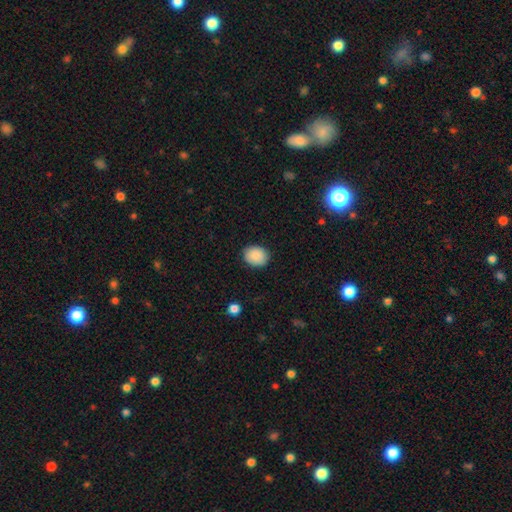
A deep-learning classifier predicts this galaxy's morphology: Smooth or featured? smooth (89%)
How rounded? round (50%)
Merging? none (88%)